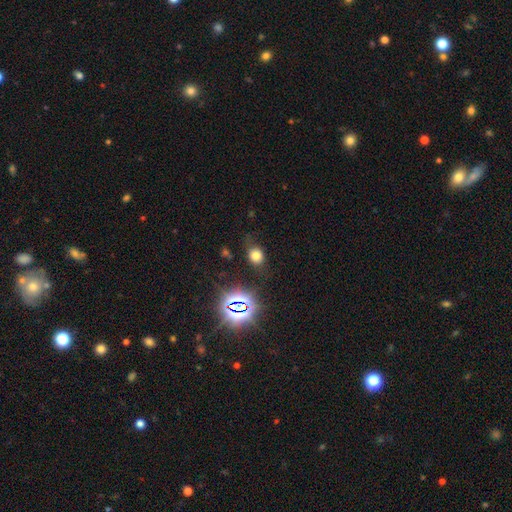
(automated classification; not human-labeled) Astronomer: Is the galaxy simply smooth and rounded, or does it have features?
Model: smooth — 66%.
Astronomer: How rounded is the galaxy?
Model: round — 55% (runner-up: in between, 43%).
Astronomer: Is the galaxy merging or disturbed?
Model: none — 70%.